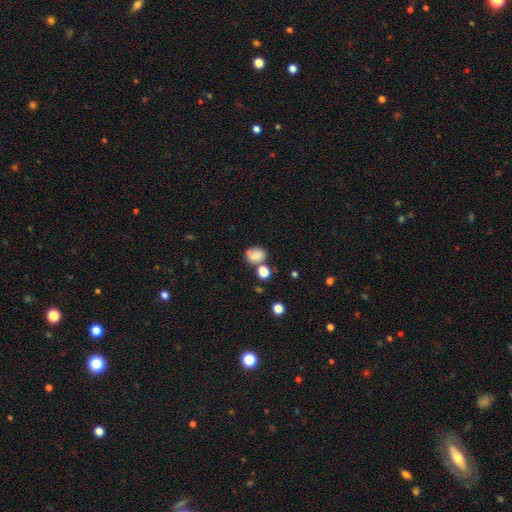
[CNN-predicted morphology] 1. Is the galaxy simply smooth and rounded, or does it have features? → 74% smooth, 14% featured or disk, 12% star or artifact.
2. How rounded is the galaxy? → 55% in between, 44% round, 1% cigar-shaped.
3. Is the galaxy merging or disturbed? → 50% none, 25% merger, 18% minor disturbance, 7% major disturbance.